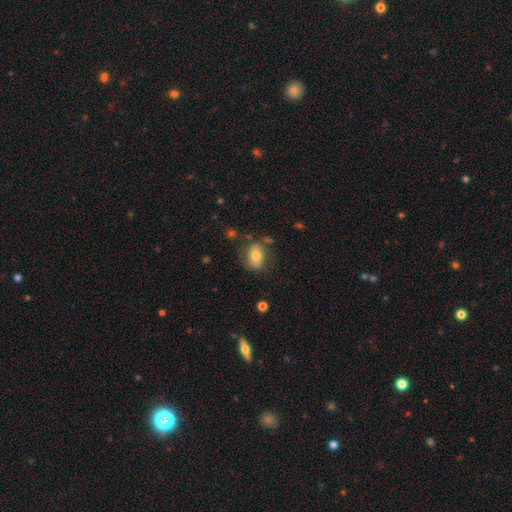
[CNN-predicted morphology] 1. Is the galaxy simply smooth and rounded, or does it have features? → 72% smooth, 20% featured or disk, 8% star or artifact.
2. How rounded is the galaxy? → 82% in between, 15% round, 2% cigar-shaped.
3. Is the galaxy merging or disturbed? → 71% none, 18% minor disturbance, 7% major disturbance, 4% merger.